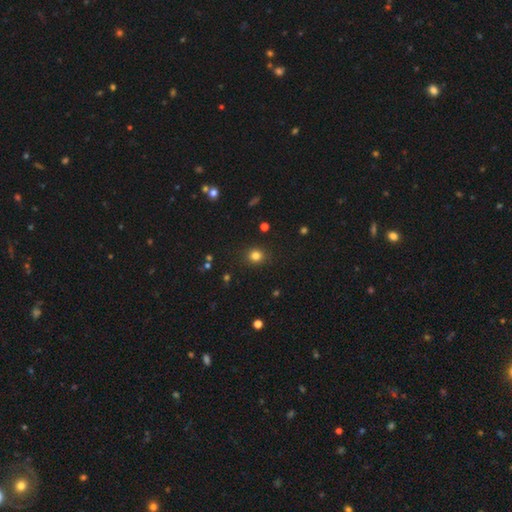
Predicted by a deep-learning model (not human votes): smooth-or-featured: smooth: 81% | star or artifact: 14% | featured or disk: 5%
  how-rounded: round: 82% | in between: 17% | cigar-shaped: 1%
  merging: none: 89% | minor disturbance: 7% | major disturbance: 2% | merger: 1%